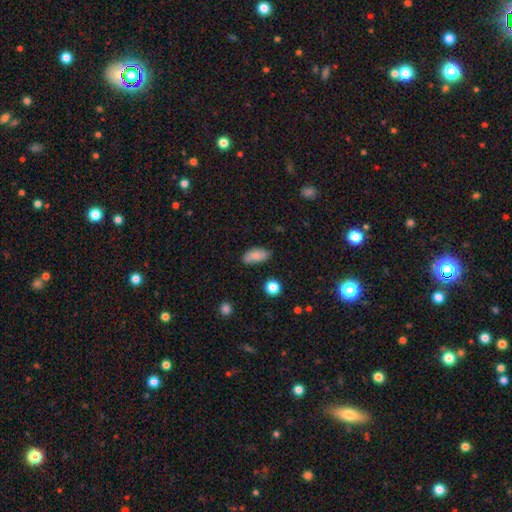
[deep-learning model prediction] A smooth galaxy with no disk features (78%) that is in between round and cigar-shaped (90%). Merging: none (74%).